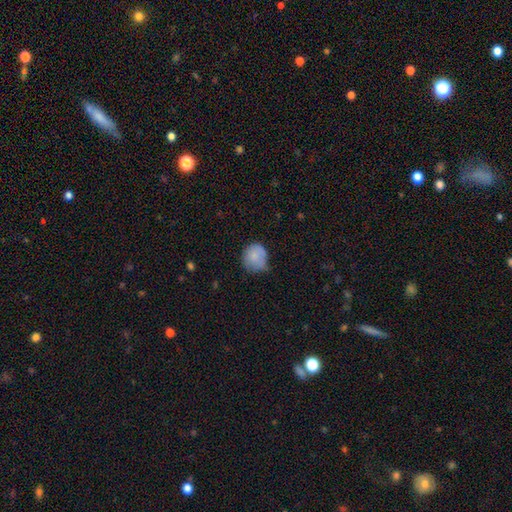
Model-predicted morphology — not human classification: Smooth or featured?
  - smooth: 80% *
  - featured or disk: 12%
  - star or artifact: 8%
How rounded?
  - round: 79% *
  - in between: 20%
  - cigar-shaped: 1%
Merging?
  - none: 44% *
  - minor disturbance: 42%
  - major disturbance: 11%
  - merger: 4%